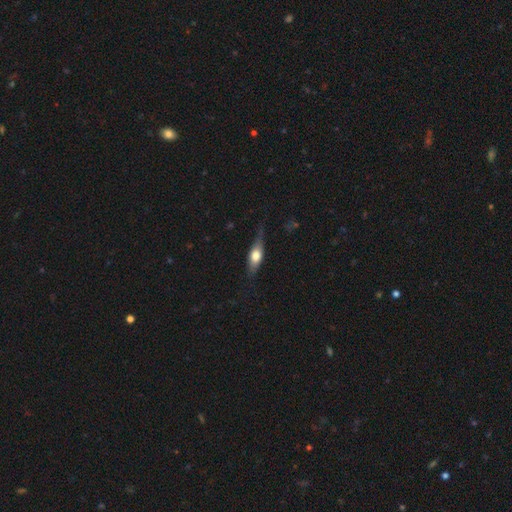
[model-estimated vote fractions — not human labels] smooth_or_featured: smooth (p=0.55) [alt: featured or disk p=0.39]
how_rounded: in between (p=0.62) [alt: cigar-shaped p=0.33]
merging: none (p=0.64) [alt: minor disturbance p=0.26]